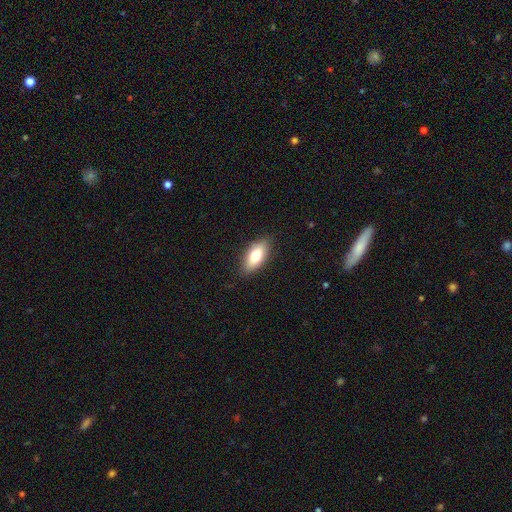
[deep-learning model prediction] Q: Smooth or featured?
A: smooth (75%); runner-up: featured or disk (18%)
Q: How rounded?
A: in between (81%); runner-up: cigar-shaped (15%)
Q: Merging?
A: none (85%); runner-up: minor disturbance (11%)